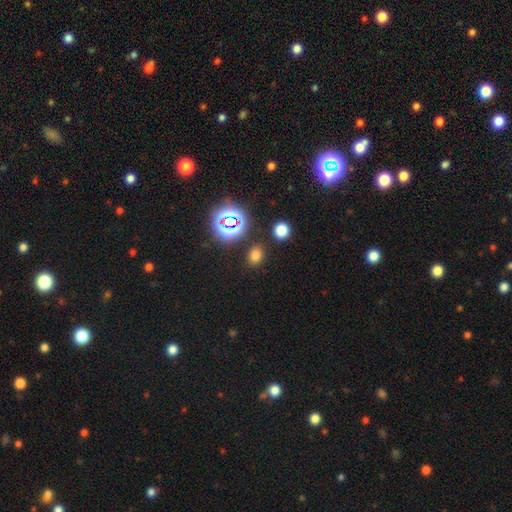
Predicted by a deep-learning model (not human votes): Smooth or featured? Predicted: smooth (p=0.67). How rounded? Predicted: in between (p=0.59). Merging? Predicted: none (p=0.84).